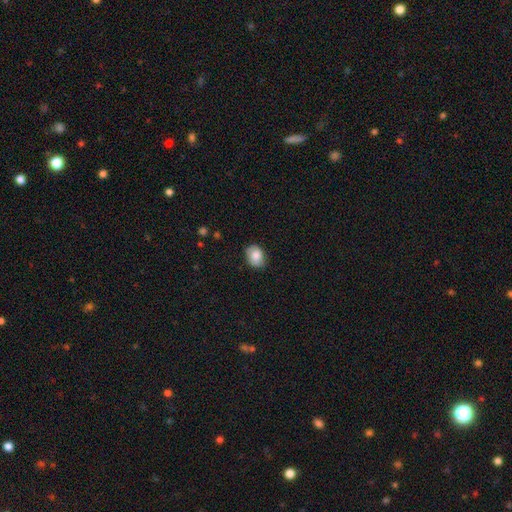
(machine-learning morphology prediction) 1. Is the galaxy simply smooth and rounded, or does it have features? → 83% smooth, 9% featured or disk, 8% star or artifact.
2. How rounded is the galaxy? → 62% in between, 37% round, 1% cigar-shaped.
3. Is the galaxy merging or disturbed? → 80% none, 16% minor disturbance, 3% major disturbance, 1% merger.